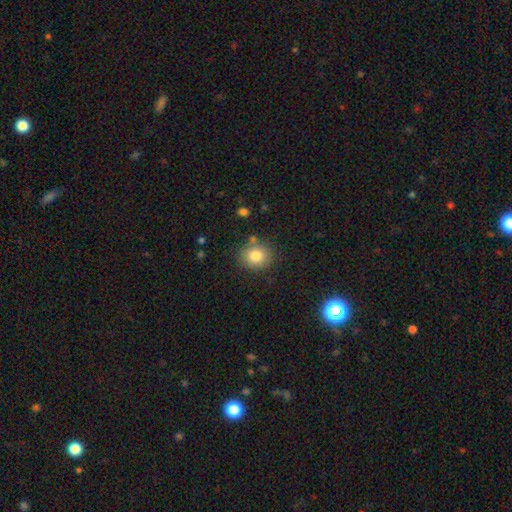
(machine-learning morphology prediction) The model was most divided on "how rounded": round: 71%, in between: 28%, cigar-shaped: 1%. More confident: smooth or featured — smooth (81%); merging — none (79%).